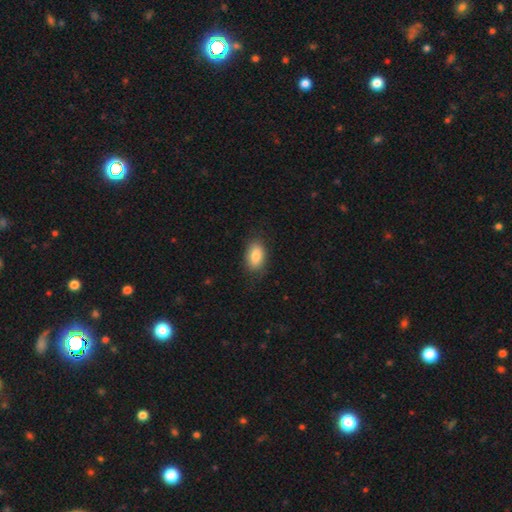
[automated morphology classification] type=smooth (86%); roundness=in between (91%); merging=none (80%).